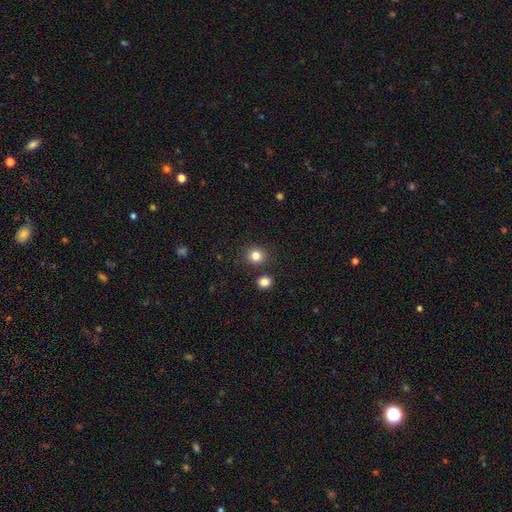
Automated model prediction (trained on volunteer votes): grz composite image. It shows a smooth galaxy with no disk features (83%) that is round (88%). Merging: none (86%).